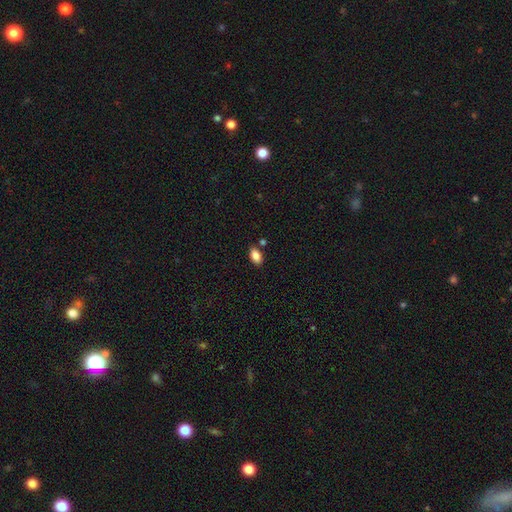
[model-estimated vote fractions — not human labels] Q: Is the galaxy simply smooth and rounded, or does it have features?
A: smooth — 86%.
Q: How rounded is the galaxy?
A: in between — 92%.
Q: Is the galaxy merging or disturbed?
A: none — 80%.